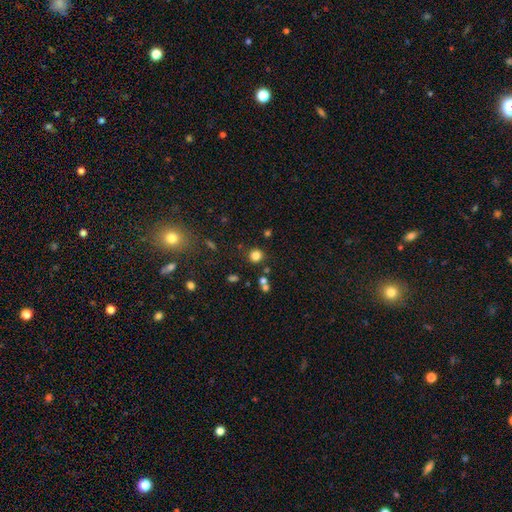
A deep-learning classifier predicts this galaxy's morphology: This appears to be a smooth galaxy with no disk features (80%) that is round (92%). Merging: none (85%).